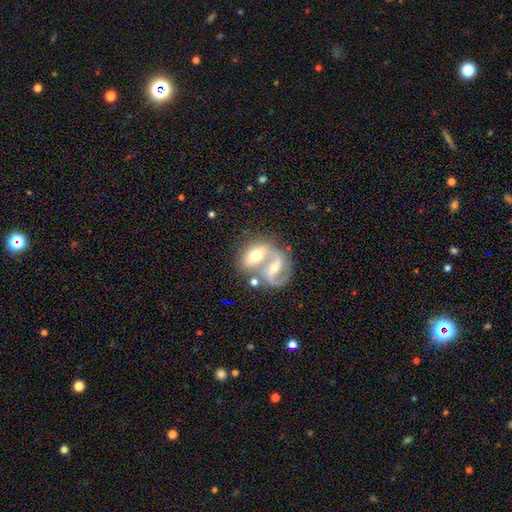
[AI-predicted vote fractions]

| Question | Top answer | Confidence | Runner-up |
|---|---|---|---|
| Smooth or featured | featured or disk | 65% | smooth (28%) |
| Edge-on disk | no | 94% | yes (6%) |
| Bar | strong | 41% | weak (33%) |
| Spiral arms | yes | 79% | no (21%) |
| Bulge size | moderate | 57% | small (34%) |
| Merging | merger | 55% | none (31%) |